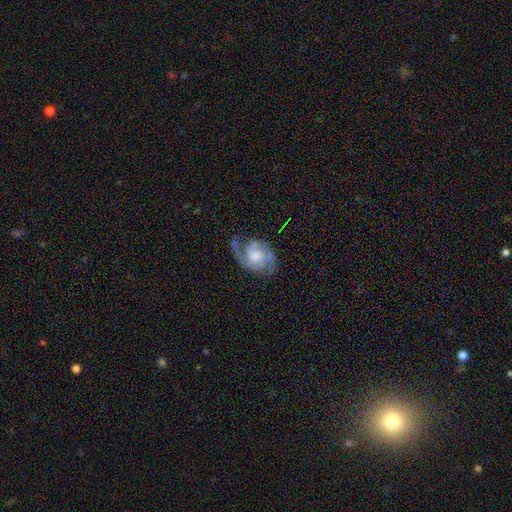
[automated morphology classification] Smooth or featured?
  - featured or disk: 84% *
  - smooth: 11%
  - star or artifact: 5%
Edge-on disk?
  - no: 98% *
  - yes: 2%
Bar?
  - no: 66% *
  - weak: 30%
  - strong: 4%
Spiral arms?
  - yes: 96% *
  - no: 4%
Spiral winding?
  - medium: 50% *
  - tight: 30%
  - loose: 20%
Spiral arm count?
  - 2: 77% *
  - can't tell: 7%
  - 3: 6%
  - 1: 6%
  - 4: 2%
  - more than 4: 2%
Bulge size?
  - moderate: 45% *
  - small: 23%
  - large: 20%
  - none: 10%
  - dominant: 2%
Merging?
  - none: 60% *
  - minor disturbance: 22%
  - major disturbance: 15%
  - merger: 2%